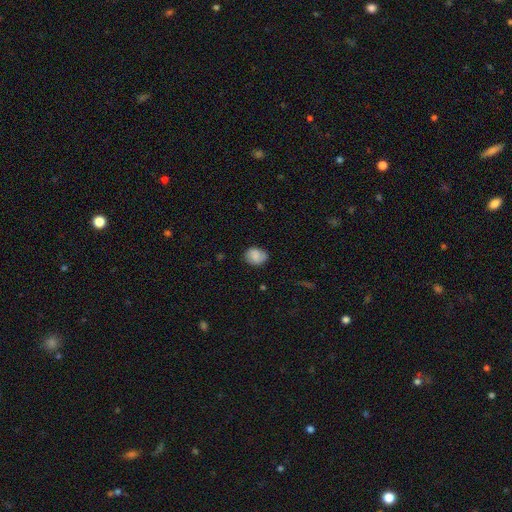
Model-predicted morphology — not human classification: A smooth galaxy with no disk features (80%) that is in between round and cigar-shaped (53%). Merging: none (77%).